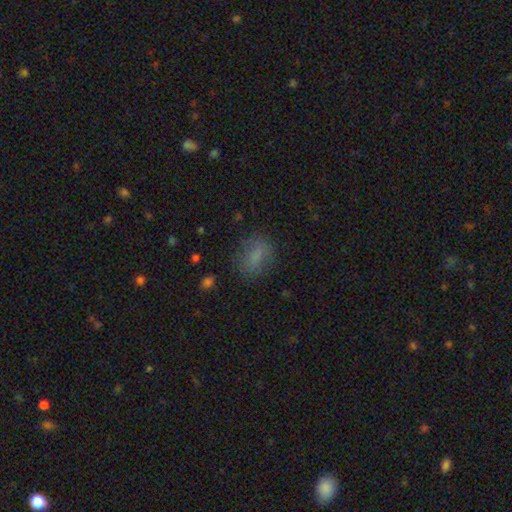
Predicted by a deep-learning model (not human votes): Smooth or featured: smooth — 76% (star or artifact — 13%)
How rounded: in between — 71% (round — 25%)
Merging: none — 74% (minor disturbance — 17%)